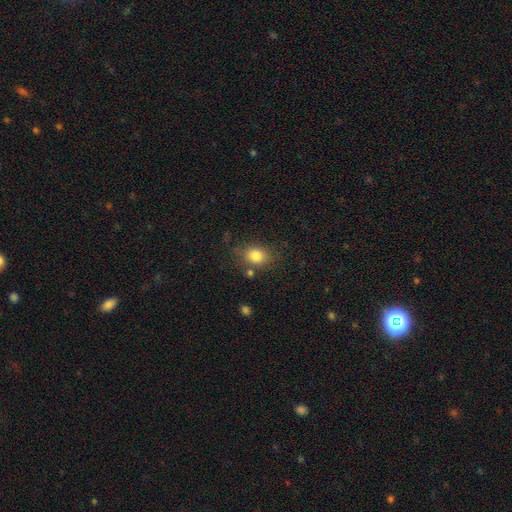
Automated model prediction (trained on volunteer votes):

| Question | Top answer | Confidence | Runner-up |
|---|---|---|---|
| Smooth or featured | smooth | 81% | star or artifact (10%) |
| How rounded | in between | 58% | round (40%) |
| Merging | none | 72% | minor disturbance (16%) |